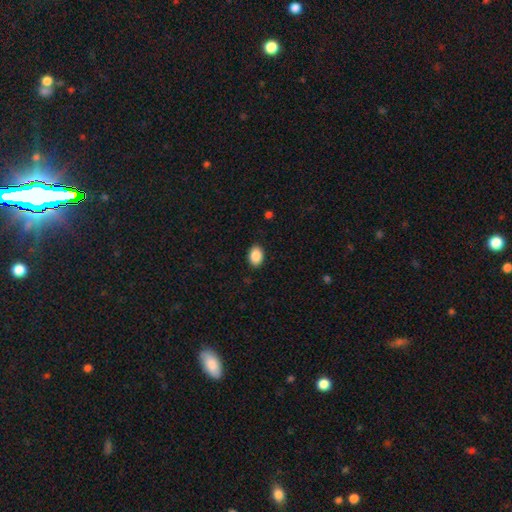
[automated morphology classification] Overall: smooth (89%). How rounded: in between (79%). Merging: none (89%).